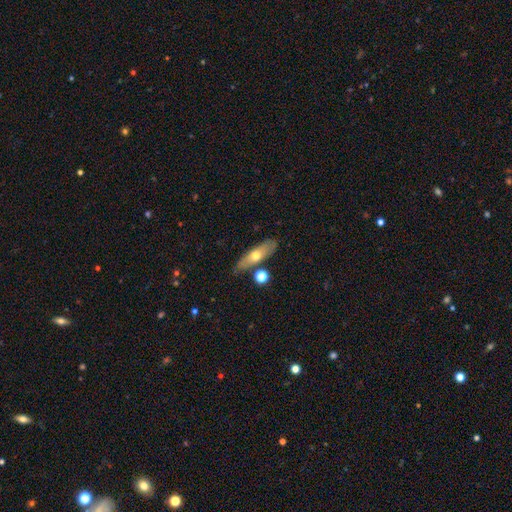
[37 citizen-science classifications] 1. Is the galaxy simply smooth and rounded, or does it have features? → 51% smooth, 43% featured or disk, 5% star or artifact.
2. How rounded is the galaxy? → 58% cigar-shaped, 42% in between, 0% round.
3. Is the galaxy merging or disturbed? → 77% none, 11% minor disturbance, 11% merger, 0% major disturbance.